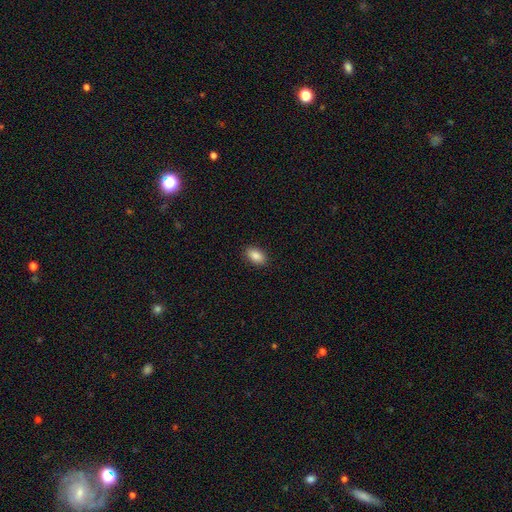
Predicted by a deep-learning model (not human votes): smooth 88%, star or artifact 8%, featured or disk 4%. Down the decision tree: how rounded — in between (90%); merging — none (90%).